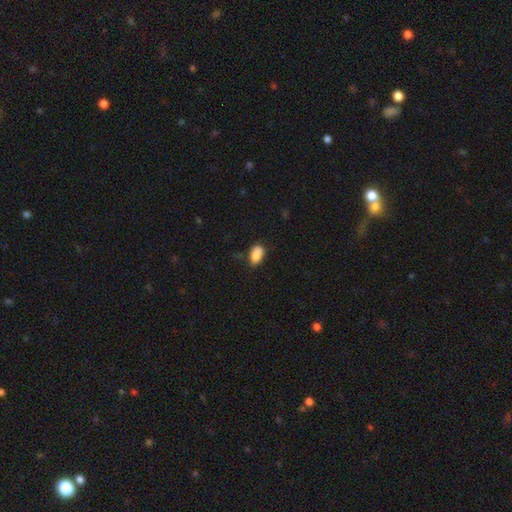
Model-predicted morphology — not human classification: smooth 85%, star or artifact 8%, featured or disk 7%. Down the decision tree: how rounded — in between (91%); merging — none (65%).